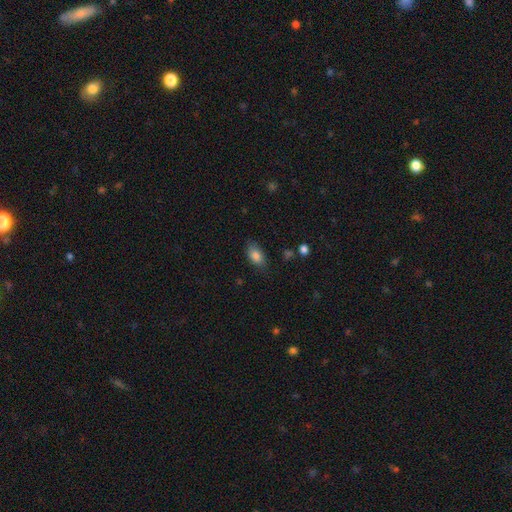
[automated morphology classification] type=smooth (84%); roundness=in between (89%); merging=none (78%).